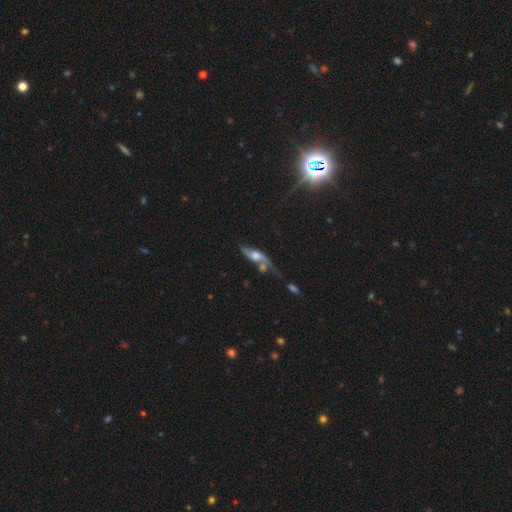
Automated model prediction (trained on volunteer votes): smooth_or_featured: featured or disk (p=0.65) [alt: smooth p=0.27]
disk_edge_on: no (p=0.69) [alt: yes p=0.31]
merging: merger (p=0.34) [alt: none p=0.30]